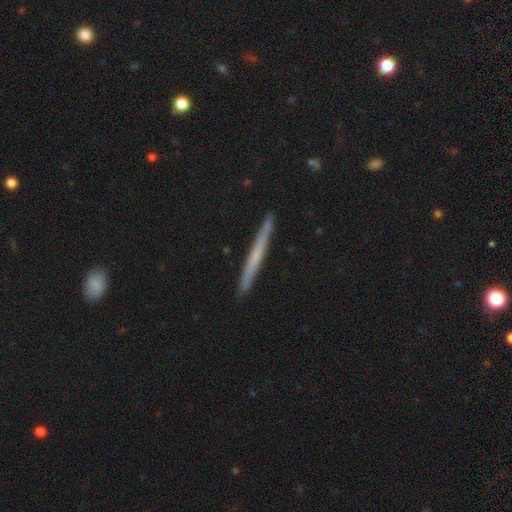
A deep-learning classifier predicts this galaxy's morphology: A featured or disk galaxy (49%).

Vote fractions:
- Smooth or featured? featured or disk: 49% / smooth: 45% / star or artifact: 6%
- Merging? none: 91% / minor disturbance: 6% / major disturbance: 1% / merger: 1%